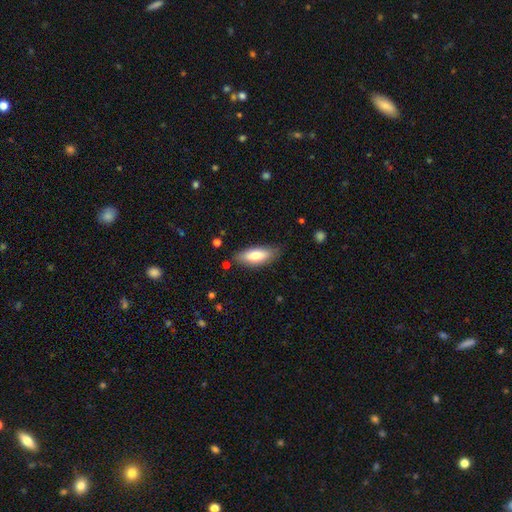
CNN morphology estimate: smooth_or_featured: smooth (p=0.73) [alt: featured or disk p=0.21]
how_rounded: in between (p=0.71) [alt: cigar-shaped p=0.27]
merging: none (p=0.82) [alt: minor disturbance p=0.13]